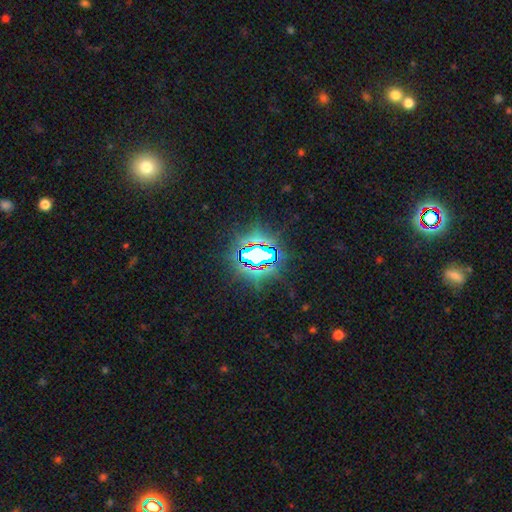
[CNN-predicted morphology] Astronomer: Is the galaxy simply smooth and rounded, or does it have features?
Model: star or artifact — 78%.